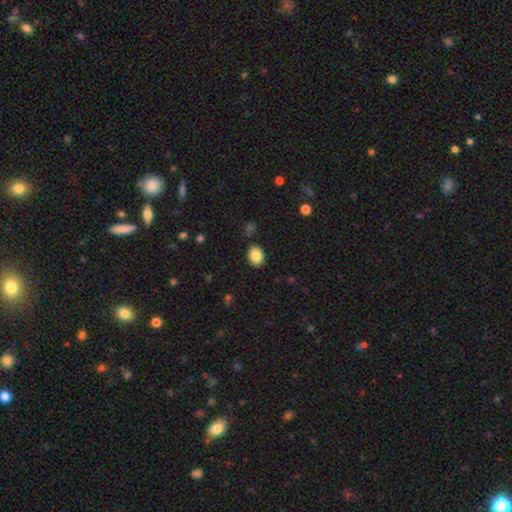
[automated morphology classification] This is clearly a smooth galaxy (85%). How rounded: likely in between (62%). Merging: clearly none (87%).